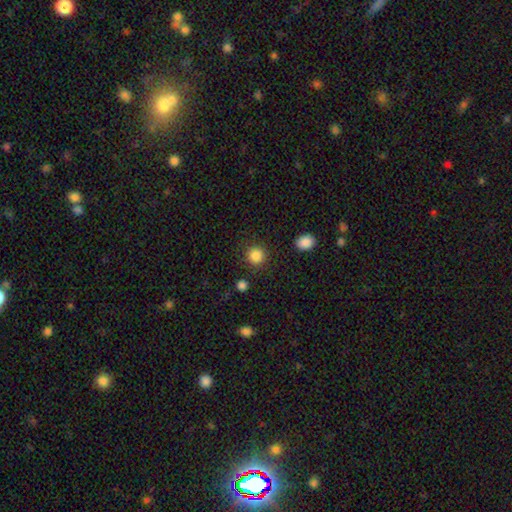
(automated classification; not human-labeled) smooth-or-featured: smooth: 87% | star or artifact: 10% | featured or disk: 3%
  how-rounded: round: 93% | in between: 6% | cigar-shaped: 1%
  merging: none: 89% | minor disturbance: 6% | major disturbance: 3% | merger: 2%